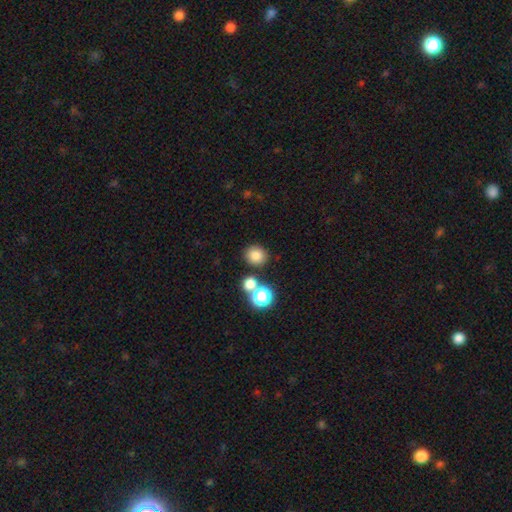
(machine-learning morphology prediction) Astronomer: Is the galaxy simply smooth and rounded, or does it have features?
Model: smooth — 79%.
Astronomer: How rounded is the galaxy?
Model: round — 84%.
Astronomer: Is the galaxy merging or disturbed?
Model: none — 79%.